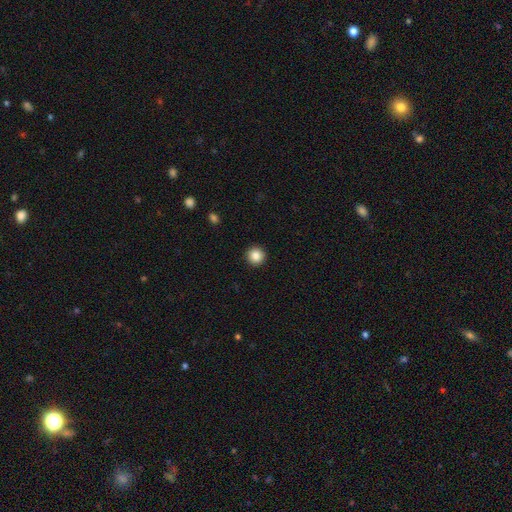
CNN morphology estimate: Smooth or featured? smooth (86%)
How rounded? round (96%)
Merging? none (93%)